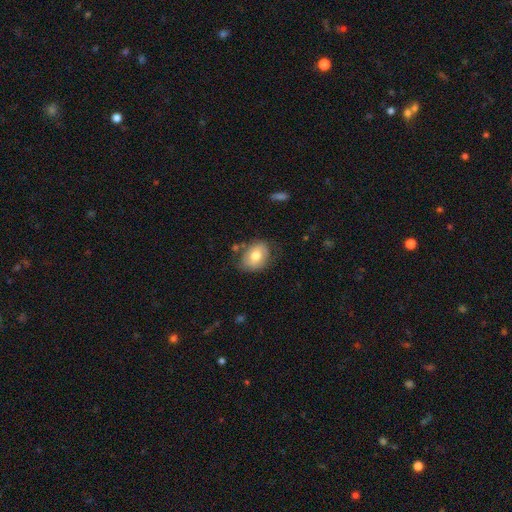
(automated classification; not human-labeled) Overall: smooth (70%). How rounded: in between (66%; round 33%). Merging: none (70%).